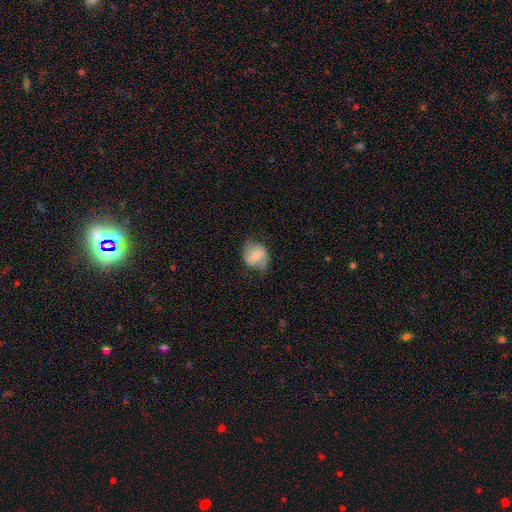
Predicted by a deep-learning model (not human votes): Smooth or featured? Predicted: smooth (p=0.49). Merging? Predicted: none (p=0.62).